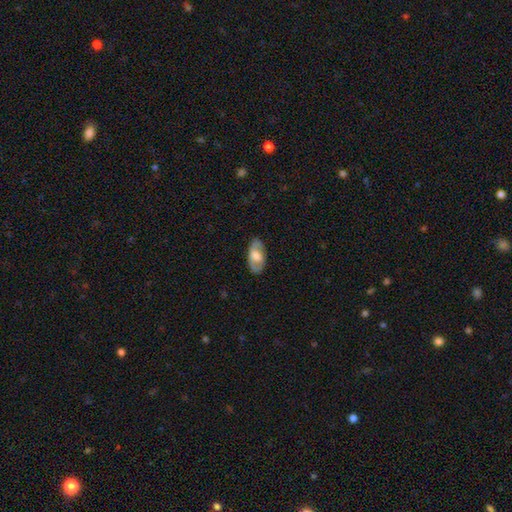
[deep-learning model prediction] smooth 50%, featured or disk 44%, star or artifact 6%. Down the decision tree: how rounded — in between (91%); merging — none (81%).